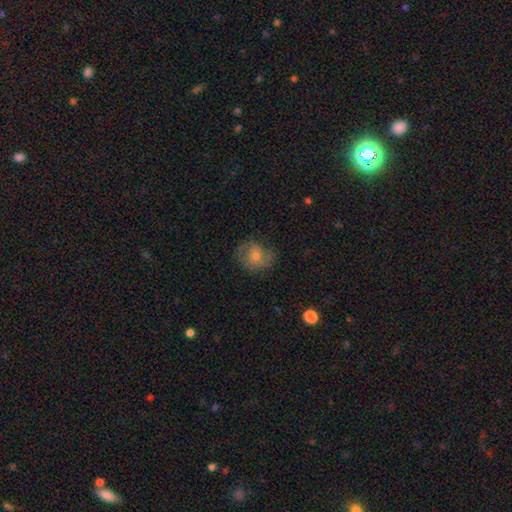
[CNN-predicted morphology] The model was most divided on "smooth or featured": smooth: 50%, featured or disk: 39%, star or artifact: 11%. More confident: merging — none (66%).